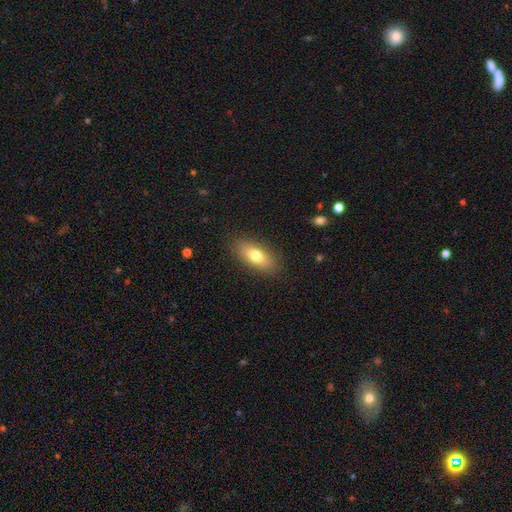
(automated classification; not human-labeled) A smooth galaxy with no disk features (74%) that is in between round and cigar-shaped (79%).

Vote fractions:
- Smooth or featured? smooth: 74% / featured or disk: 19% / star or artifact: 8%
- How rounded? in between: 79% / cigar-shaped: 17% / round: 5%
- Merging? none: 87% / minor disturbance: 9% / major disturbance: 3% / merger: 1%